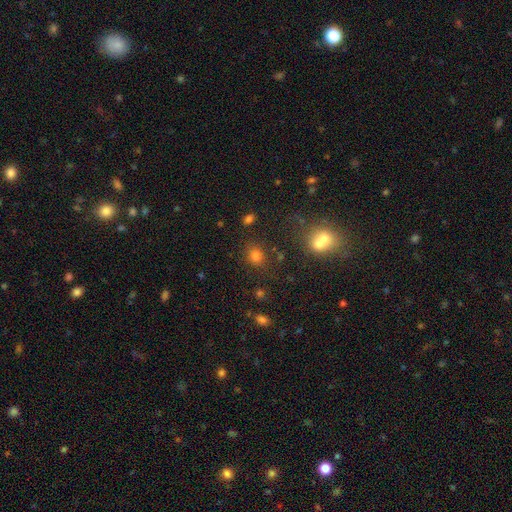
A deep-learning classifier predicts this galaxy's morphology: Smooth or featured?
  - smooth: 75% *
  - star or artifact: 18%
  - featured or disk: 7%
How rounded?
  - round: 67% *
  - in between: 31%
  - cigar-shaped: 1%
Merging?
  - none: 77% *
  - minor disturbance: 11%
  - merger: 8%
  - major disturbance: 4%